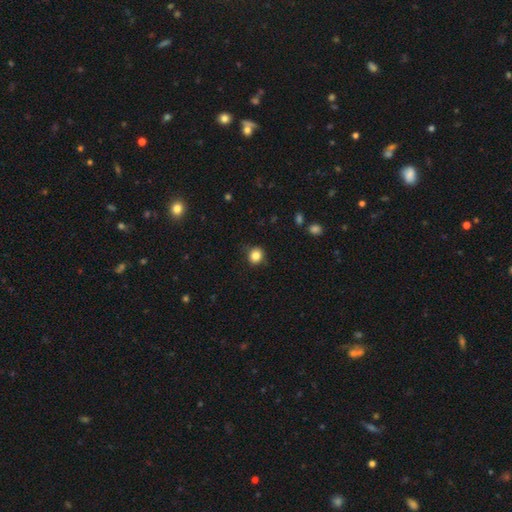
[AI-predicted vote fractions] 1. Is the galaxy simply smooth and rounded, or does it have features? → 84% smooth, 11% star or artifact, 5% featured or disk.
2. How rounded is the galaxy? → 84% round, 15% in between, 1% cigar-shaped.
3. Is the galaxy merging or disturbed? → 86% none, 10% minor disturbance, 2% major disturbance, 1% merger.